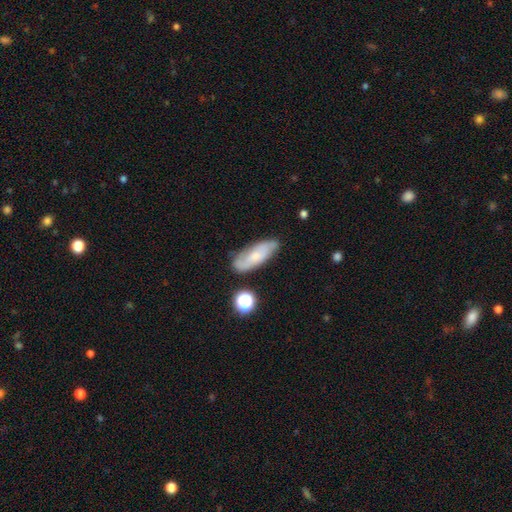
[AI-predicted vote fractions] featured or disk 46%, smooth 45%, star or artifact 9%. Down the decision tree: merging — none (72%).